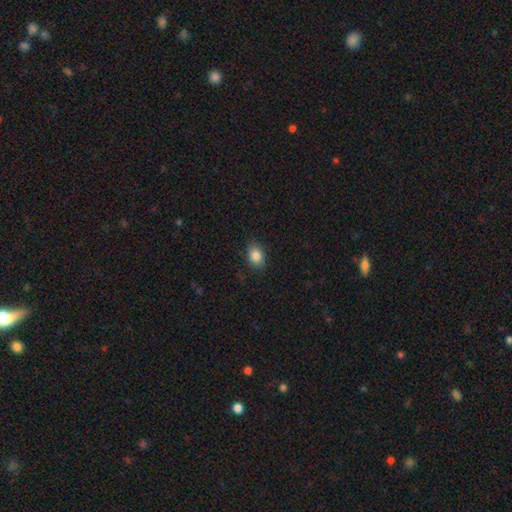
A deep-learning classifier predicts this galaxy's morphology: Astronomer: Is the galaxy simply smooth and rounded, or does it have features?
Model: smooth — 85%.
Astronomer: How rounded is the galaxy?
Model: in between — 71%.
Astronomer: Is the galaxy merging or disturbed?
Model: none — 85%.